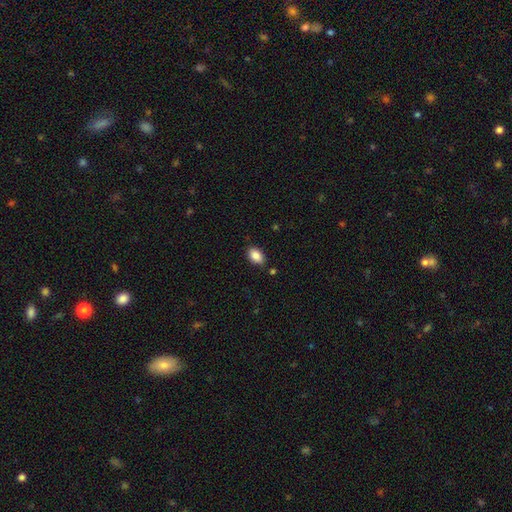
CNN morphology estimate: smooth-or-featured: smooth: 88% | star or artifact: 8% | featured or disk: 4%
  how-rounded: in between: 91% | round: 8% | cigar-shaped: 2%
  merging: none: 83% | minor disturbance: 12% | merger: 2% | major disturbance: 2%